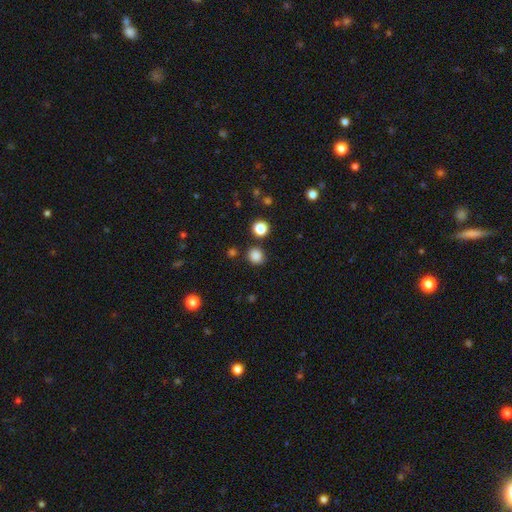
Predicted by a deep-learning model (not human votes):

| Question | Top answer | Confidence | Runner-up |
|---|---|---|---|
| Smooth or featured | smooth | 84% | star or artifact (13%) |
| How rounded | round | 82% | in between (17%) |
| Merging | none | 84% | minor disturbance (9%) |